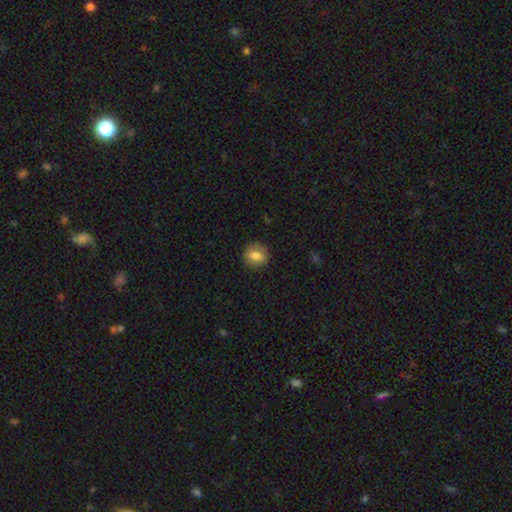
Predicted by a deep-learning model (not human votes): The model was most divided on "how rounded": round: 82%, in between: 17%, cigar-shaped: 1%. More confident: merging — none (88%); smooth or featured — smooth (81%).